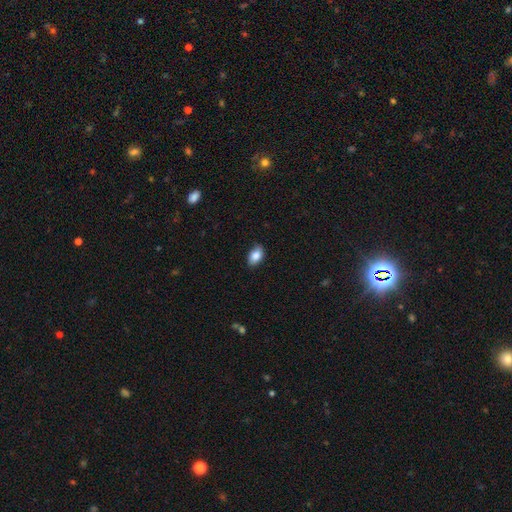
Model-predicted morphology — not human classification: Smooth or featured?
  - smooth: 86% *
  - star or artifact: 7%
  - featured or disk: 7%
How rounded?
  - in between: 90% *
  - round: 9%
  - cigar-shaped: 2%
Merging?
  - none: 83% *
  - minor disturbance: 14%
  - major disturbance: 2%
  - merger: 1%